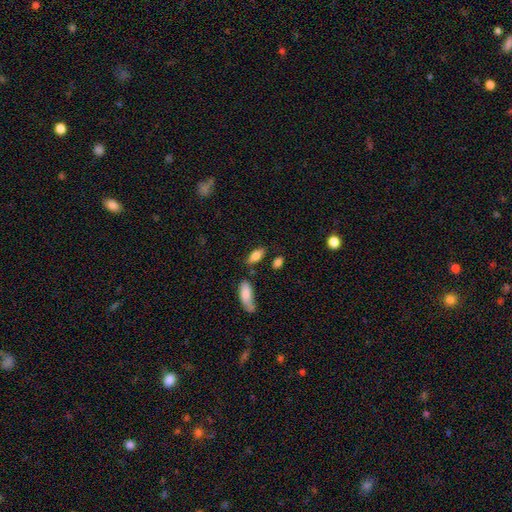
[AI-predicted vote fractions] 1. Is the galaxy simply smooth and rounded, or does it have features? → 77% smooth, 15% featured or disk, 7% star or artifact.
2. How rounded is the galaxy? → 79% in between, 18% cigar-shaped, 3% round.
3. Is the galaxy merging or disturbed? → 74% none, 15% minor disturbance, 7% merger, 4% major disturbance.